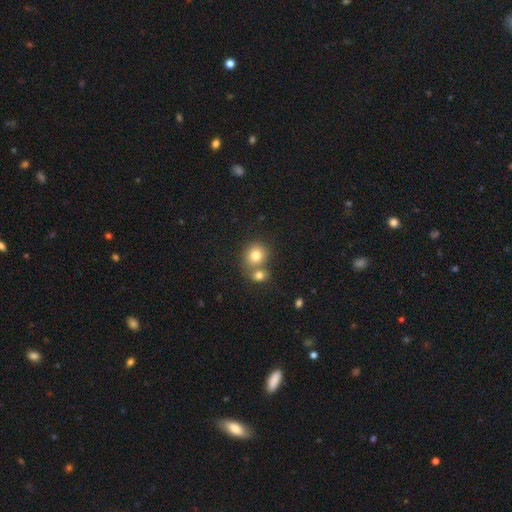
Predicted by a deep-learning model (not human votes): A smooth galaxy with no disk features (80%) that is round (79%). Merging: merger (46%).